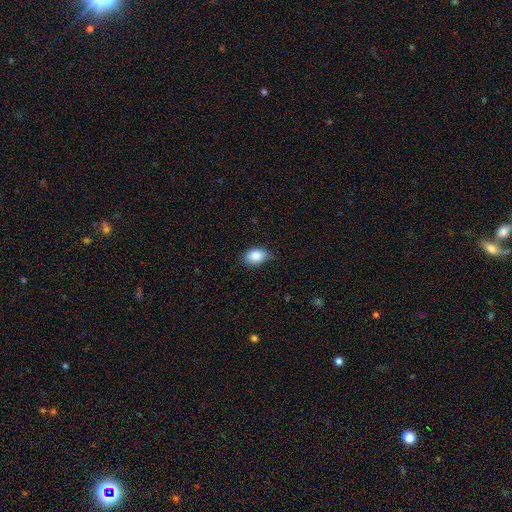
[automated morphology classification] A smooth galaxy with no disk features (86%) that is in between round and cigar-shaped (85%). Merging: none (72%).